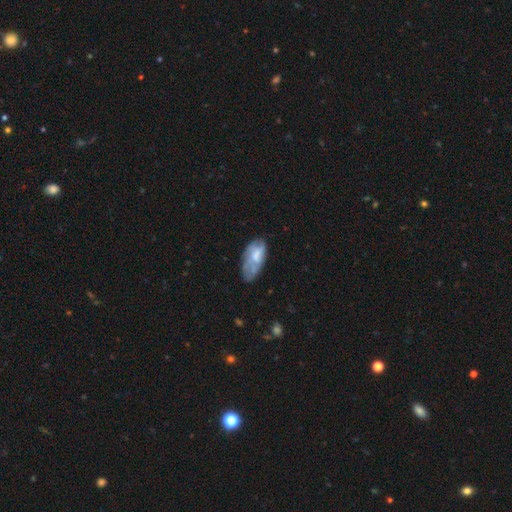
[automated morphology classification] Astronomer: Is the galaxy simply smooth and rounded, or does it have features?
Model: smooth — 56% (runner-up: featured or disk, 37%).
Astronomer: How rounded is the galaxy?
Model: in between — 91%.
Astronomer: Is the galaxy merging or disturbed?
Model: none — 47% (runner-up: minor disturbance, 33%).